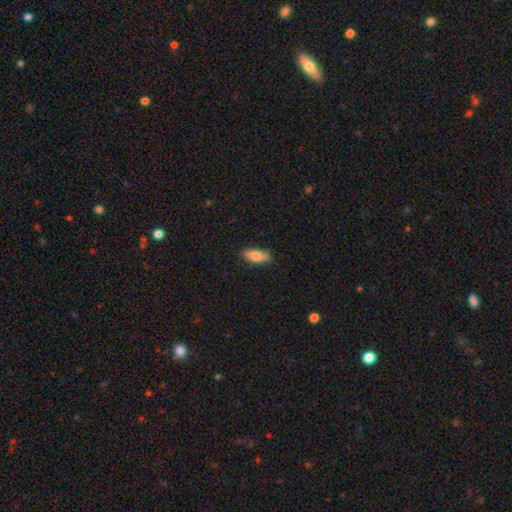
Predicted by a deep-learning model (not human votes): The model was most divided on "merging": none: 74%, minor disturbance: 21%, major disturbance: 4%, merger: 1%. More confident: how rounded — in between (81%); smooth or featured — smooth (79%).